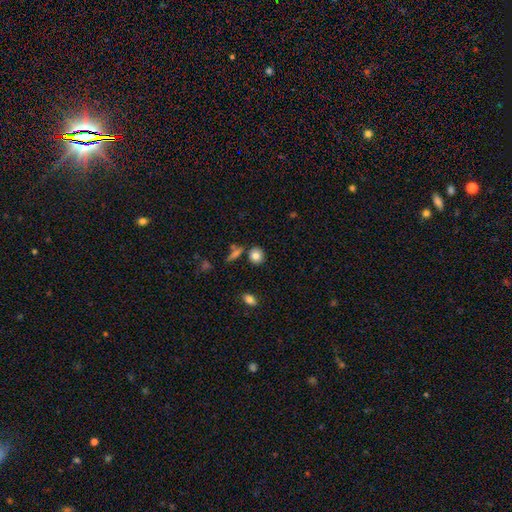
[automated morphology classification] smooth_or_featured: smooth (p=0.81) [alt: featured or disk p=0.09]
how_rounded: round (p=0.80) [alt: in between p=0.18]
merging: none (p=0.79) [alt: minor disturbance p=0.10]